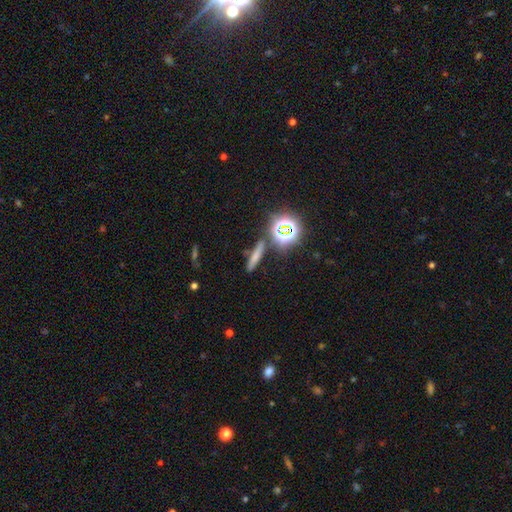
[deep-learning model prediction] Smooth or featured: smooth — 60% (star or artifact — 22%)
How rounded: cigar-shaped — 79% (in between — 11%)
Merging: none — 81% (minor disturbance — 9%)